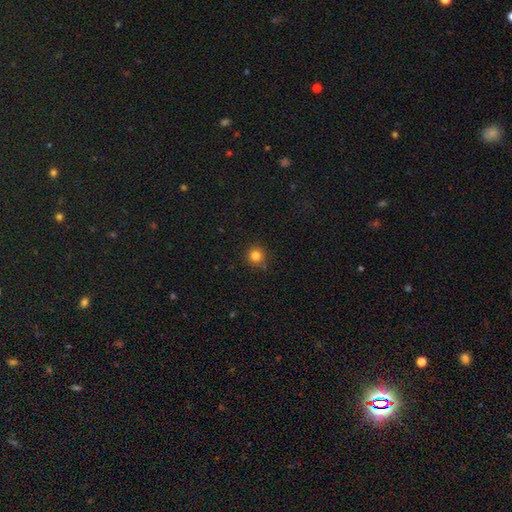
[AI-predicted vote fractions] The model was most divided on "smooth or featured": smooth: 84%, star or artifact: 12%, featured or disk: 4%. More confident: how rounded — round (94%); merging — none (86%).